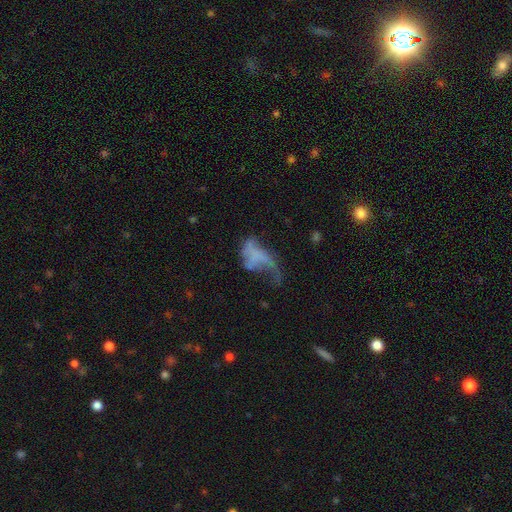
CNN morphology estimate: Smooth or featured?
  - featured or disk: 53% *
  - smooth: 34%
  - star or artifact: 13%
Edge-on disk?
  - no: 95% *
  - yes: 5%
Bar?
  - no: 85% *
  - weak: 11%
  - strong: 4%
Spiral arms?
  - no: 75% *
  - yes: 25%
Bulge size?
  - none: 83% *
  - small: 8%
  - moderate: 4%
  - large: 3%
  - dominant: 2%
Merging?
  - major disturbance: 54% *
  - none: 21%
  - minor disturbance: 15%
  - merger: 10%